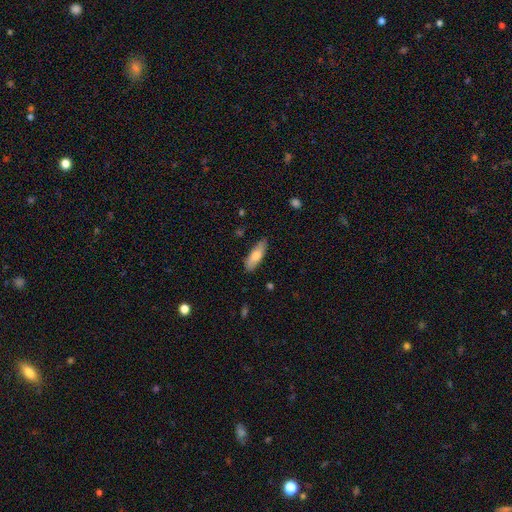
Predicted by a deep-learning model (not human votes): smooth_or_featured: smooth (p=0.74) [alt: featured or disk p=0.21]
how_rounded: in between (p=0.60) [alt: cigar-shaped p=0.38]
merging: none (p=0.86) [alt: minor disturbance p=0.11]